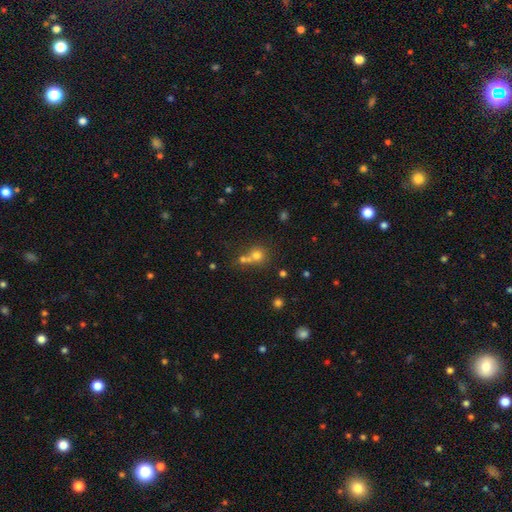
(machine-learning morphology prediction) This appears to be a smooth galaxy with no disk features (65%) that is round (85%). Merging: none (44%, tied with merger).